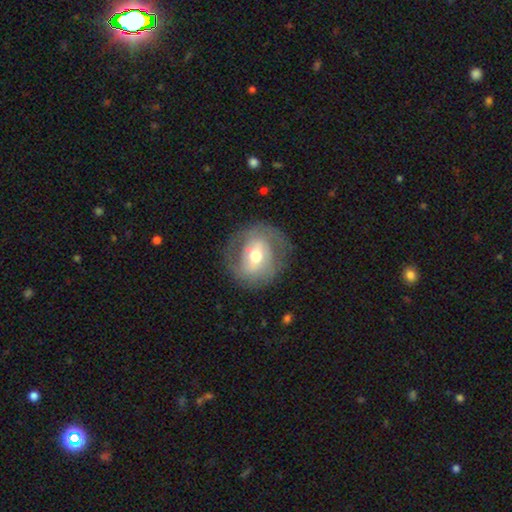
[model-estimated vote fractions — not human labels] Smooth or featured: featured or disk — 64% (smooth — 29%)
Edge-on disk: no — 95% (yes — 5%)
Bar: weak — 41% (strong — 31%)
Spiral arms: yes — 64% (no — 36%)
Bulge size: moderate — 72% (small — 17%)
Merging: none — 75% (minor disturbance — 15%)